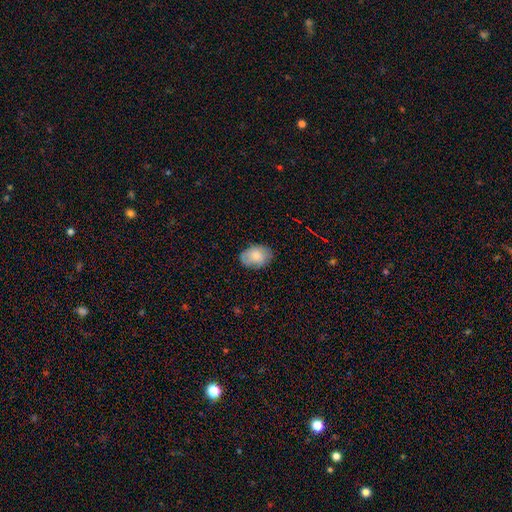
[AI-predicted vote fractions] Smooth or featured?
  - smooth: 77% *
  - featured or disk: 16%
  - star or artifact: 7%
How rounded?
  - in between: 83% *
  - round: 16%
  - cigar-shaped: 1%
Merging?
  - none: 77% *
  - minor disturbance: 18%
  - major disturbance: 4%
  - merger: 1%